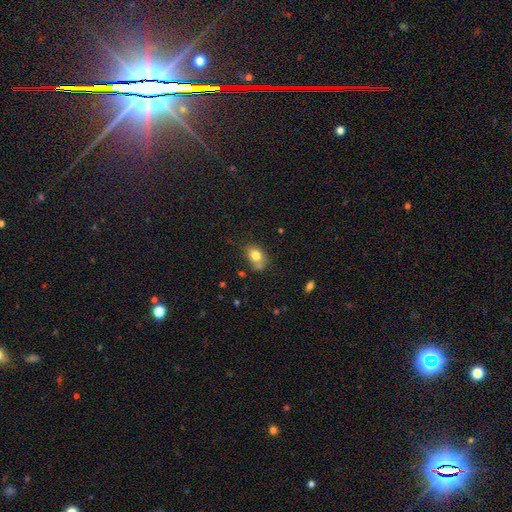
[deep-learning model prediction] Q: Smooth or featured?
A: smooth (79%); runner-up: featured or disk (12%)
Q: How rounded?
A: in between (72%); runner-up: round (27%)
Q: Merging?
A: none (56%); runner-up: minor disturbance (28%)